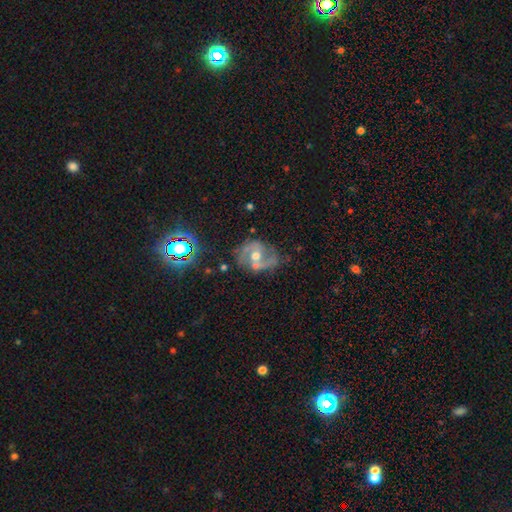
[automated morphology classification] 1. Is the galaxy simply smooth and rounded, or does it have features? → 80% featured or disk, 11% star or artifact, 10% smooth.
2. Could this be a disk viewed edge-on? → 97% no, 3% yes.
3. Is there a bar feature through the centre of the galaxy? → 42% no, 40% weak, 18% strong.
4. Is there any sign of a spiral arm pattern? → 91% yes, 9% no.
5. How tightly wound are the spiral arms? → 52% medium, 31% loose, 17% tight.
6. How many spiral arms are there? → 85% 2, 5% can't tell, 5% 1, 2% 3, 1% 4, 1% more than 4.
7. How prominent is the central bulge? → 73% moderate, 20% small, 4% large, 1% none, 1% dominant.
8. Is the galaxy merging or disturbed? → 58% none, 21% minor disturbance, 11% major disturbance, 10% merger.